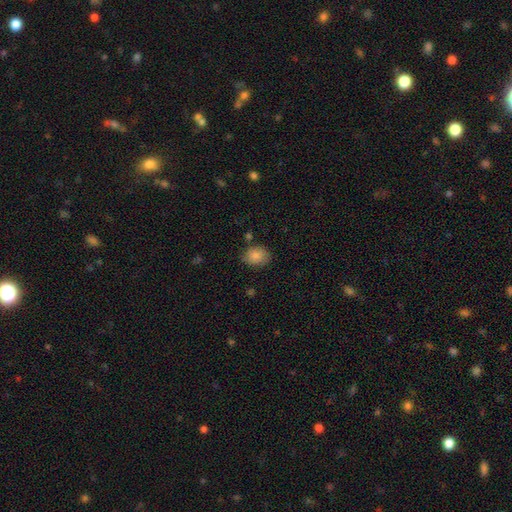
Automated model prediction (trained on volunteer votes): Smooth or featured: smooth — 85% (star or artifact — 8%)
How rounded: in between — 63% (round — 36%)
Merging: none — 76% (minor disturbance — 17%)